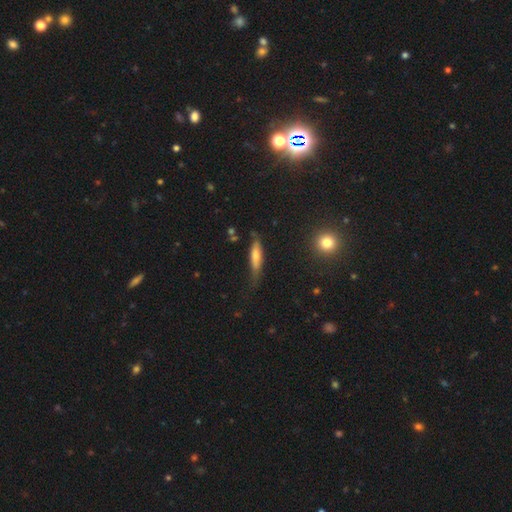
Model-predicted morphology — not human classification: type=smooth (60%); roundness=cigar-shaped (73%); merging=none (55%).